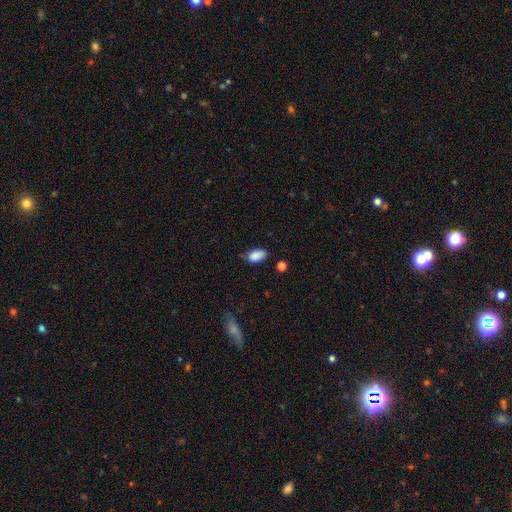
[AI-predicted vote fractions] This is clearly a smooth galaxy (87%). How rounded: clearly in between (92%). Merging: likely none (66%).